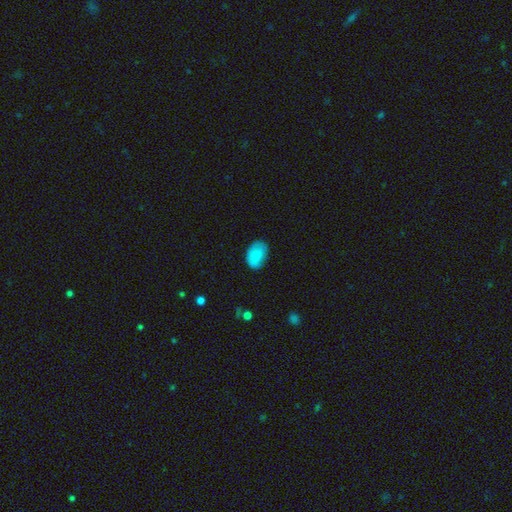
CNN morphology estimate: type=smooth (86%); roundness=in between (86%); merging=none (73%).